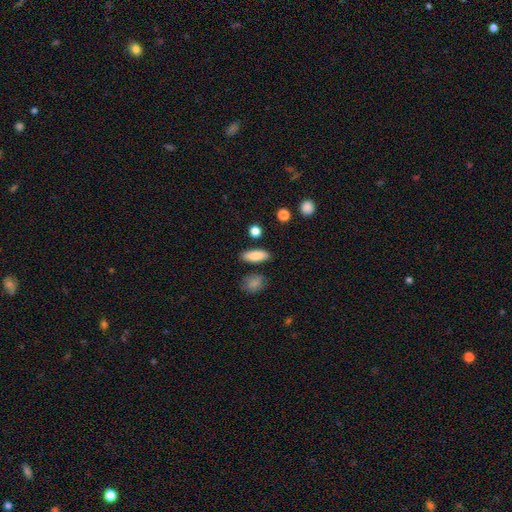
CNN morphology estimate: smooth_or_featured: smooth (p=0.85) [alt: featured or disk p=0.08]
how_rounded: in between (p=0.72) [alt: cigar-shaped p=0.24]
merging: none (p=0.83) [alt: minor disturbance p=0.10]